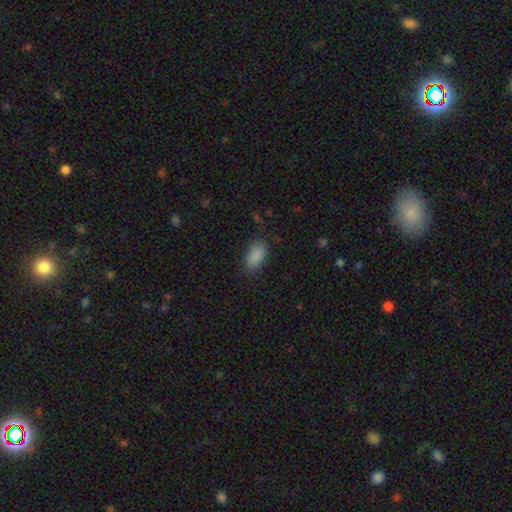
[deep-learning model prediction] A smooth galaxy with no disk features (88%) that is in between round and cigar-shaped (93%). Merging: none (80%).